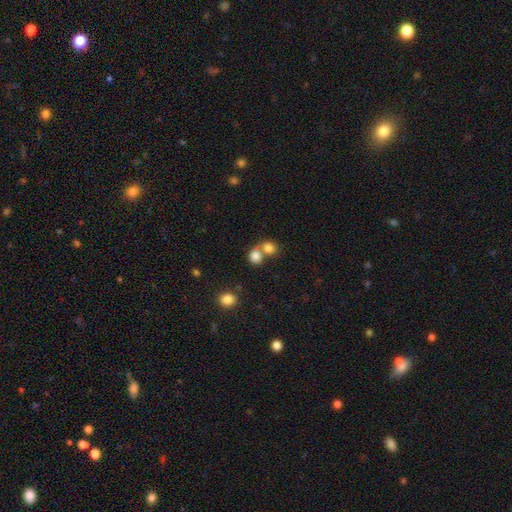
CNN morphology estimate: This appears to be a smooth galaxy with no disk features (81%) that is round (75%). Merging: merger (52%).